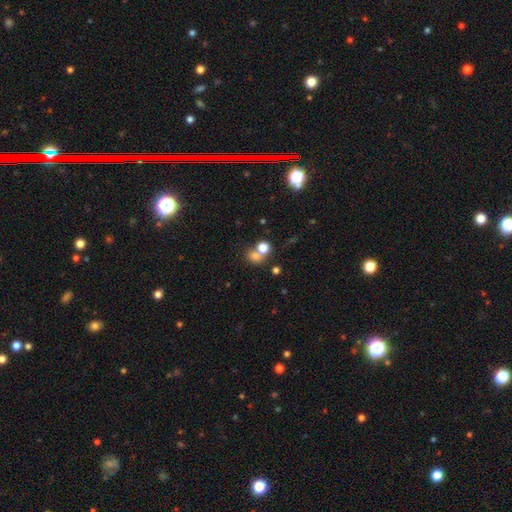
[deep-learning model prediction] A smooth galaxy with no disk features (71%) that is round (67%). Merging: merger (45%).